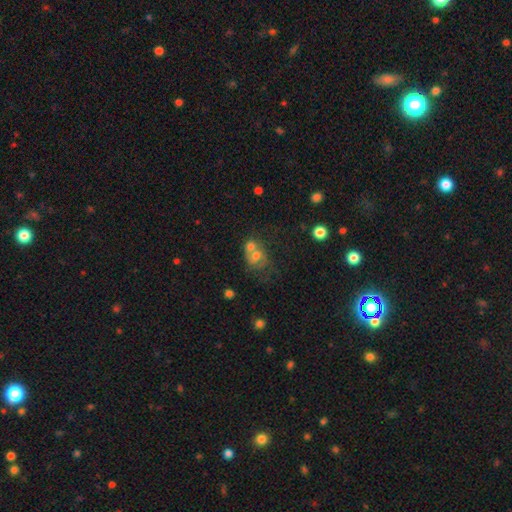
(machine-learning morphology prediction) Smooth or featured?
  - smooth: 55% *
  - featured or disk: 33%
  - star or artifact: 12%
How rounded?
  - round: 57% *
  - in between: 42%
  - cigar-shaped: 1%
Merging?
  - merger: 61% *
  - none: 21%
  - minor disturbance: 10%
  - major disturbance: 8%